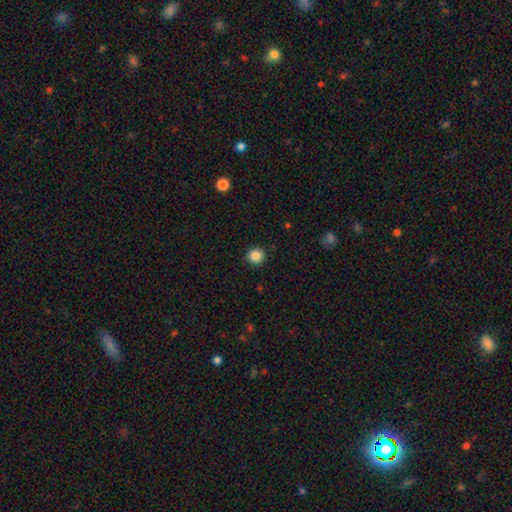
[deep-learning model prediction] A smooth galaxy with no disk features (86%) that is round (93%). Merging: none (91%).